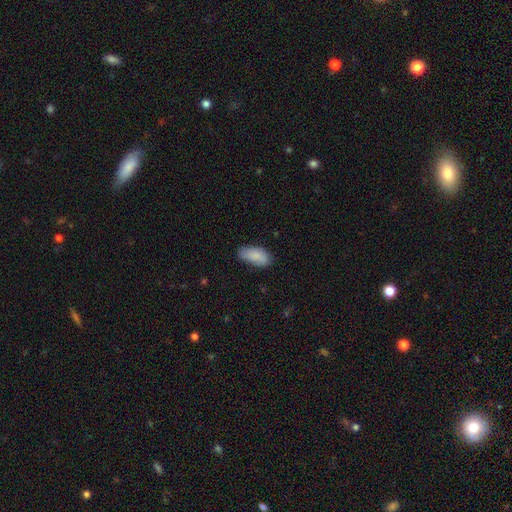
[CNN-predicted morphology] Smooth or featured? Predicted: smooth (p=0.85). How rounded? Predicted: in between (p=0.91). Merging? Predicted: none (p=0.71).